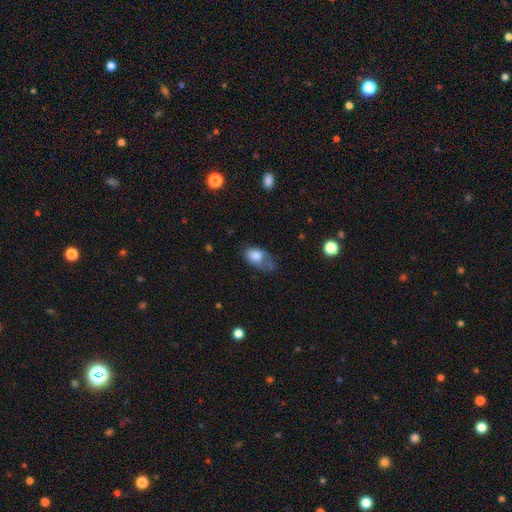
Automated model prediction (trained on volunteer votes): smooth 77%, featured or disk 15%, star or artifact 9%. Down the decision tree: how rounded — in between (81%); merging — minor disturbance (35%).